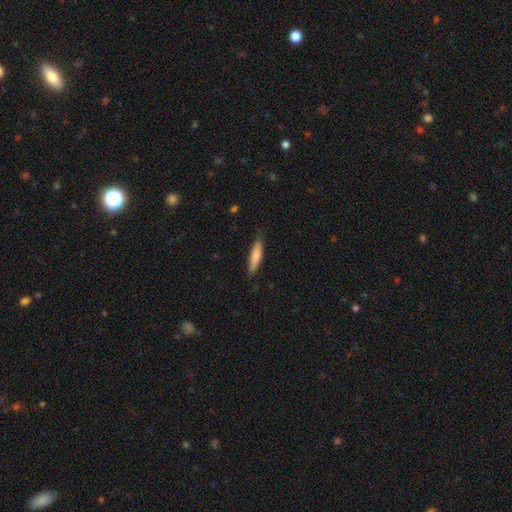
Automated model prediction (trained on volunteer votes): A smooth galaxy with no disk features (78%) that is cigar-shaped (81%). Merging: none (81%).